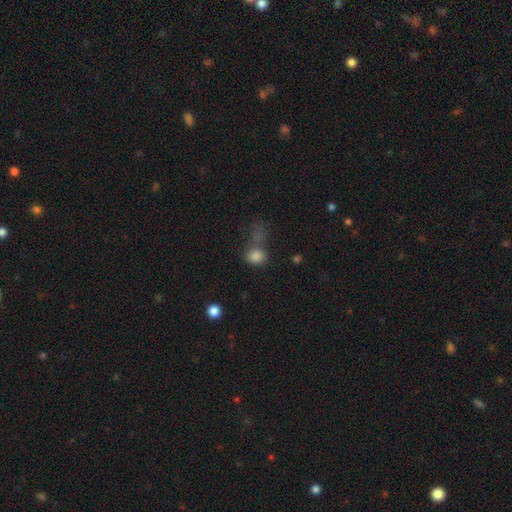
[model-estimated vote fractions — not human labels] A smooth galaxy with no disk features (80%) that is round (63%). Merging: none (44%).